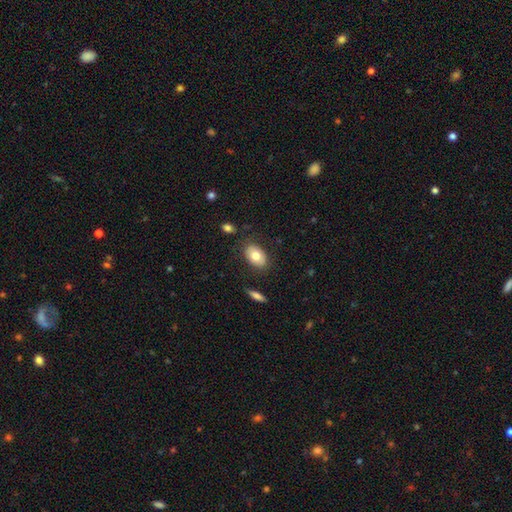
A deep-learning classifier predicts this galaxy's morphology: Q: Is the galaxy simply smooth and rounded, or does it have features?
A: smooth — 75%.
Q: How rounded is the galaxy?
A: in between — 88%.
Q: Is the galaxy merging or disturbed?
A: none — 83%.